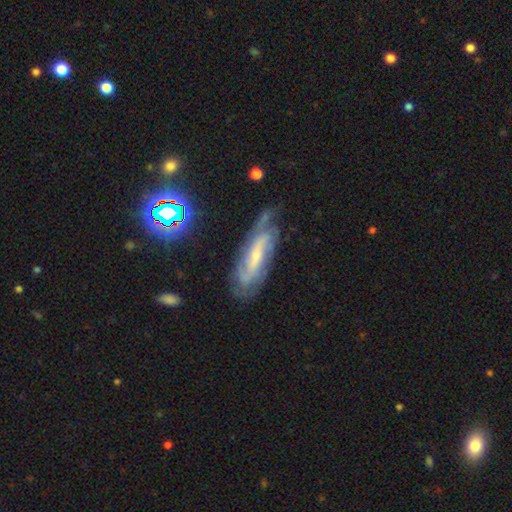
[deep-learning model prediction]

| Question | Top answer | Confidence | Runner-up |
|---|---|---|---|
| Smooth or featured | featured or disk | 77% | smooth (14%) |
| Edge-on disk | no | 81% | yes (19%) |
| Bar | weak | 40% | no (36%) |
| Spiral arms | yes | 93% | no (7%) |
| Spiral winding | tight | 47% | medium (39%) |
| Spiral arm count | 2 | 42% | can't tell (35%) |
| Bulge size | small | 63% | moderate (27%) |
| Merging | none | 65% | minor disturbance (23%) |